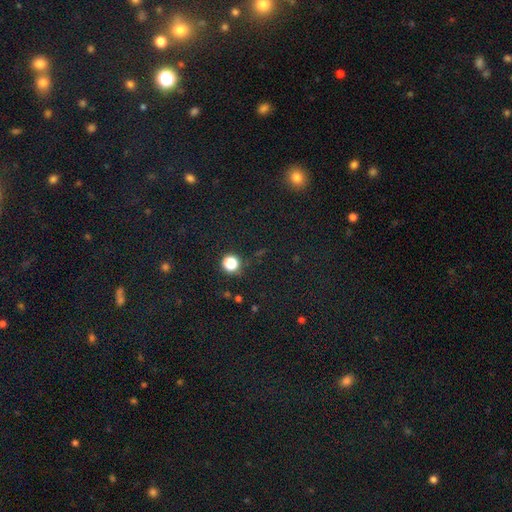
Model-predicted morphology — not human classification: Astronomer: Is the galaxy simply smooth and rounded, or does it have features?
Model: star or artifact — 67%.